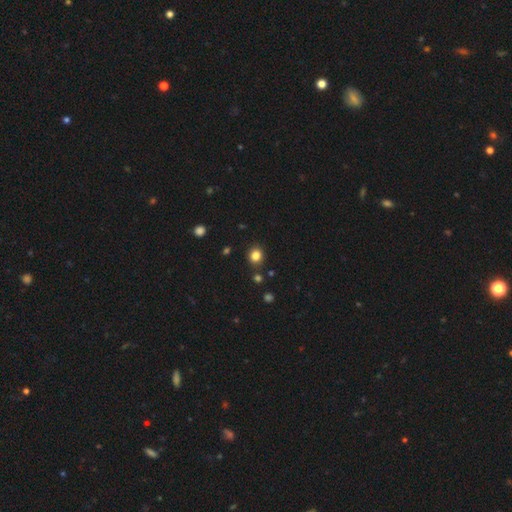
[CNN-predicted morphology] Q: Smooth or featured?
A: smooth (82%); runner-up: star or artifact (13%)
Q: How rounded?
A: round (81%); runner-up: in between (18%)
Q: Merging?
A: none (86%); runner-up: minor disturbance (8%)